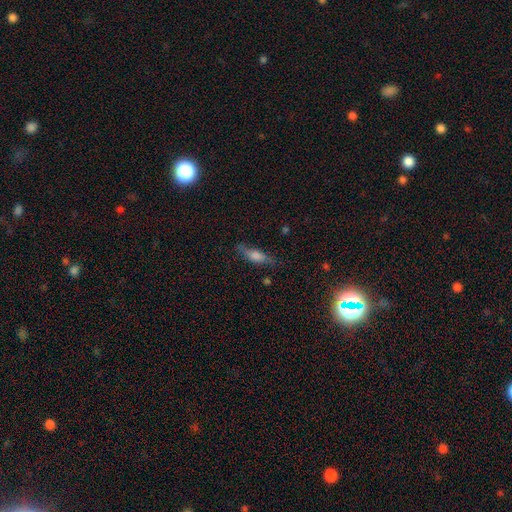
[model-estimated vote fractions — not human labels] The model was most divided on "how rounded": cigar-shaped: 50%, in between: 47%, round: 3%. More confident: merging — none (69%); smooth or featured — smooth (62%).